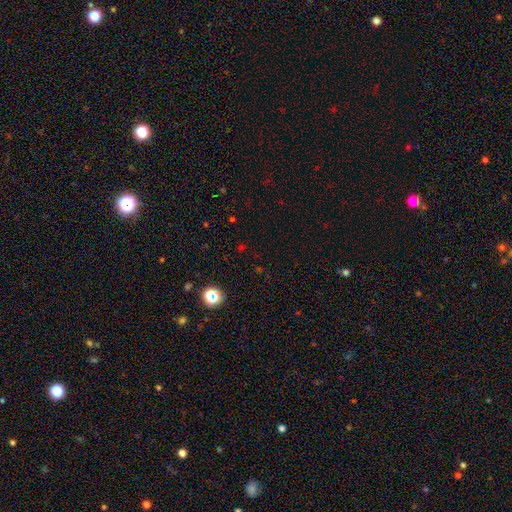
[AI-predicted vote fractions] star or artifact 62%, smooth 30%, featured or disk 7%.